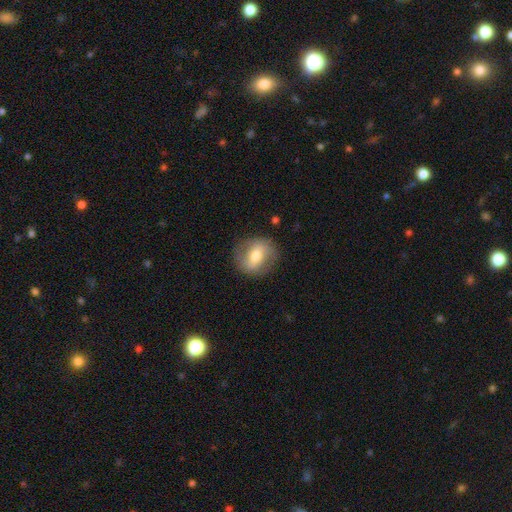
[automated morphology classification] A smooth galaxy with no disk features (48%). Merging: none (83%).